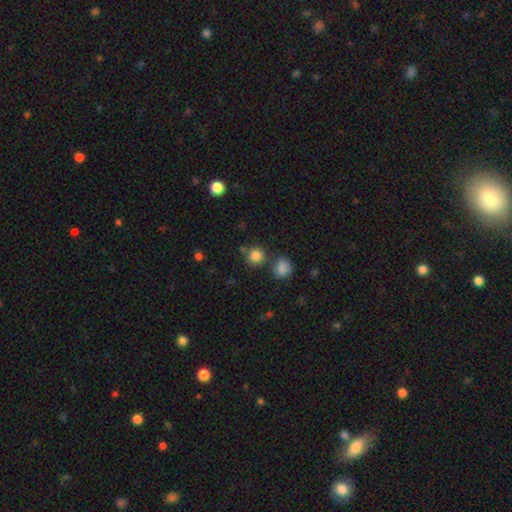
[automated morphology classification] Q: Smooth or featured?
A: smooth (83%); runner-up: star or artifact (12%)
Q: How rounded?
A: round (90%); runner-up: in between (9%)
Q: Merging?
A: none (71%); runner-up: merger (16%)